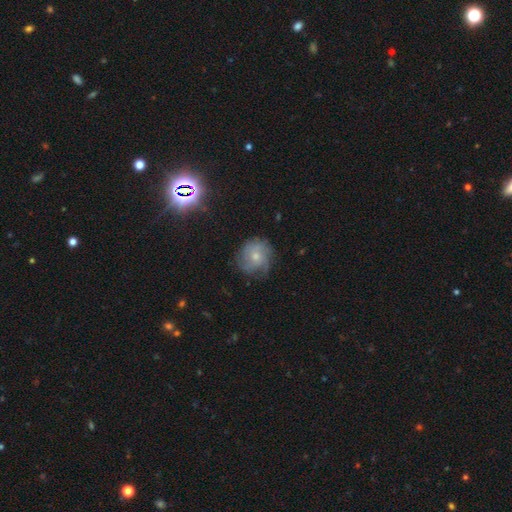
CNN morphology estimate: Smooth or featured? Predicted: featured or disk (p=0.47). Merging? Predicted: none (p=0.67).